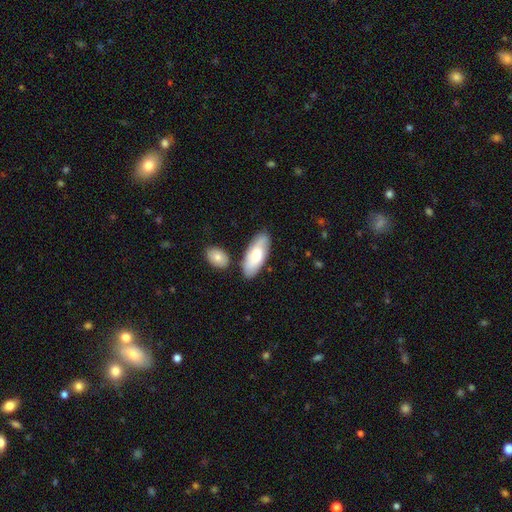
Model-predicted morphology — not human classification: Smooth or featured? smooth (62%)
How rounded? in between (81%)
Merging? none (74%)